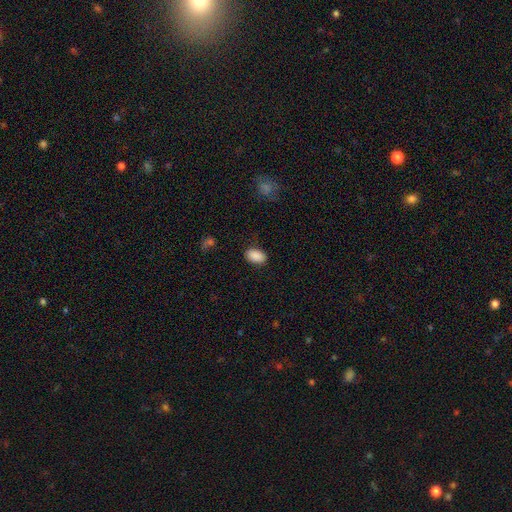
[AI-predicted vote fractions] This appears to be a smooth galaxy with no disk features (89%) that is in between round and cigar-shaped (93%). Merging: none (85%).